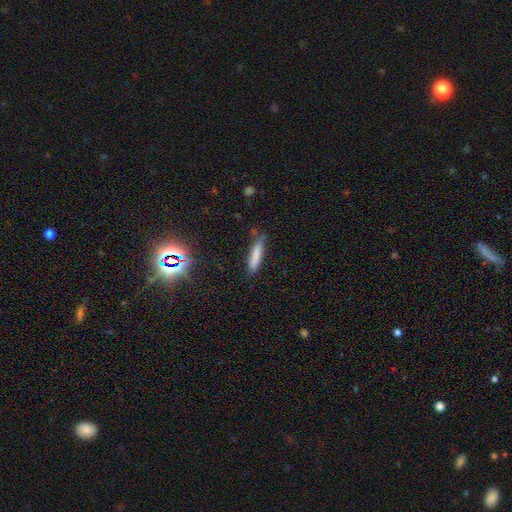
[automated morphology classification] The model was most divided on "merging": none: 72%, minor disturbance: 20%, major disturbance: 5%, merger: 3%. More confident: how rounded — cigar-shaped (84%); smooth or featured — smooth (78%).